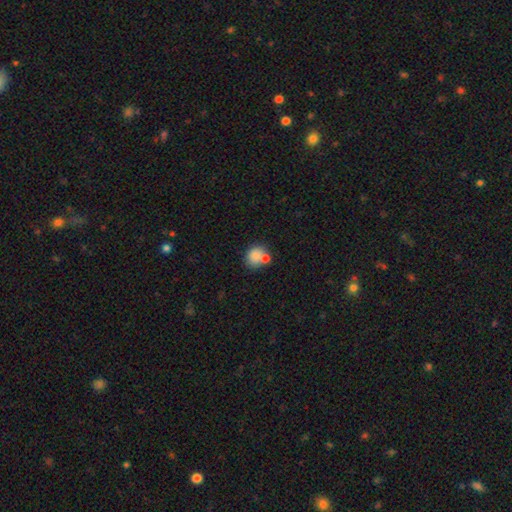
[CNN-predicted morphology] A smooth galaxy with no disk features (81%) that is round (66%).

Vote fractions:
- Smooth or featured? smooth: 81% / star or artifact: 10% / featured or disk: 9%
- How rounded? round: 66% / in between: 33% / cigar-shaped: 1%
- Merging? none: 56% / merger: 26% / minor disturbance: 13% / major disturbance: 5%